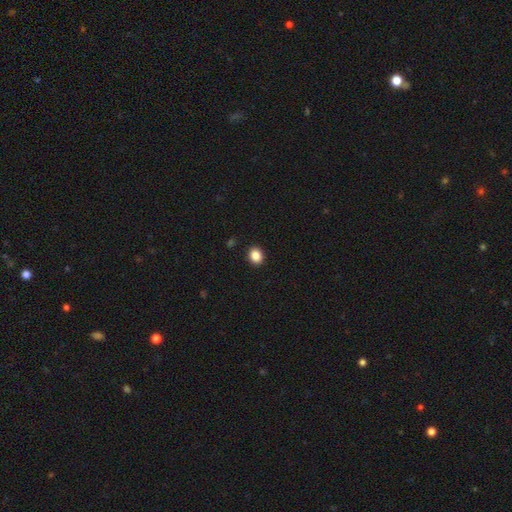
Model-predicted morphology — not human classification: A smooth galaxy with no disk features (87%) that is round (58%). Merging: none (91%).